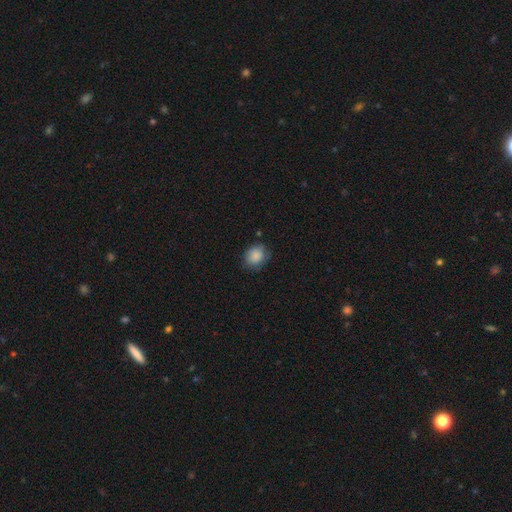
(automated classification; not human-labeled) Smooth or featured: smooth — 85% (star or artifact — 8%)
How rounded: round — 58% (in between — 41%)
Merging: none — 69% (minor disturbance — 24%)